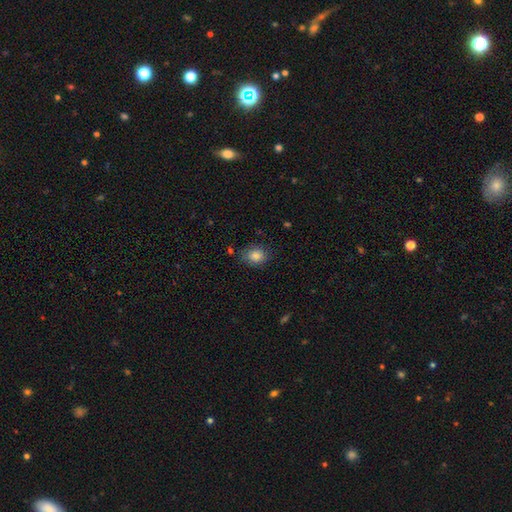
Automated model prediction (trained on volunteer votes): Smooth or featured: smooth — 84% (star or artifact — 9%)
How rounded: round — 52% (in between — 47%)
Merging: none — 78% (minor disturbance — 16%)